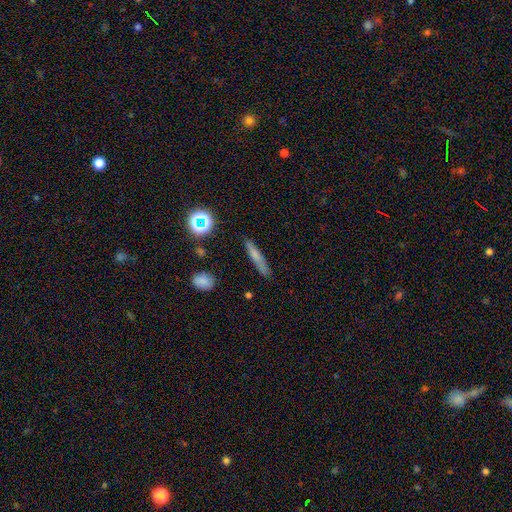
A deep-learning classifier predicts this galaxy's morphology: smooth_or_featured: smooth (p=0.65) [alt: featured or disk p=0.24]
how_rounded: cigar-shaped (p=0.87) [alt: in between p=0.09]
merging: none (p=0.83) [alt: minor disturbance p=0.12]